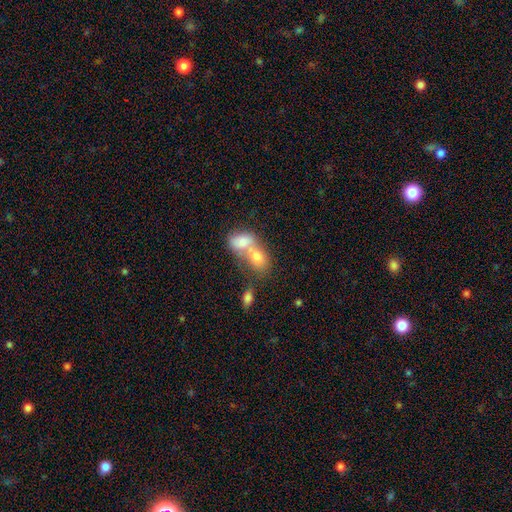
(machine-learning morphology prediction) The model was most divided on "how rounded": in between: 68%, round: 29%, cigar-shaped: 3%. More confident: merging — merger (76%); smooth or featured — smooth (68%).